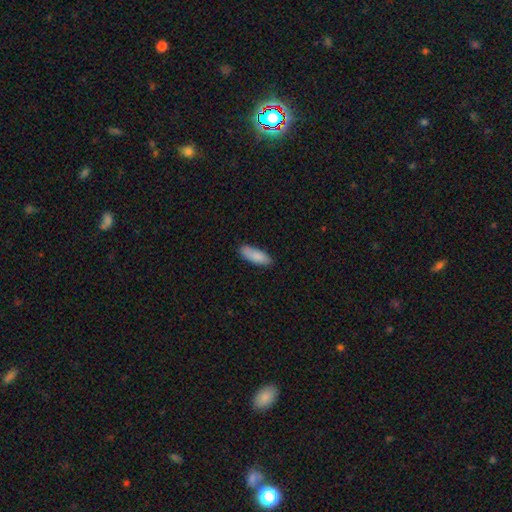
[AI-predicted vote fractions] Morphology: type=smooth (88%); roundness=in between (69%); merging=none (82%).